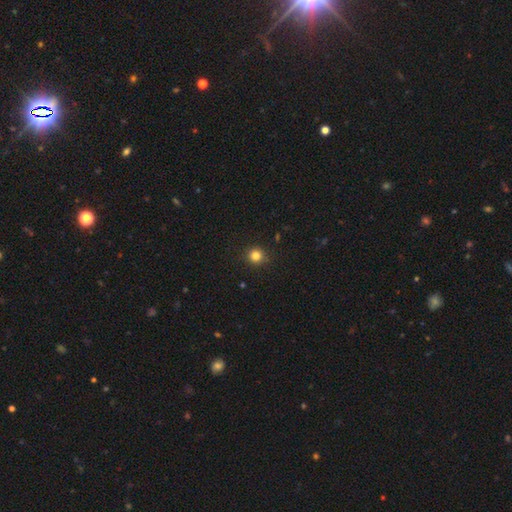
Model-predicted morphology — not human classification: Q: Smooth or featured?
A: smooth (82%); runner-up: star or artifact (13%)
Q: How rounded?
A: round (94%); runner-up: in between (5%)
Q: Merging?
A: none (91%); runner-up: minor disturbance (6%)